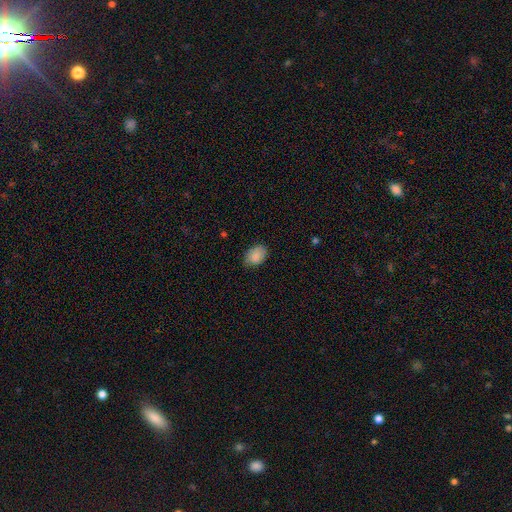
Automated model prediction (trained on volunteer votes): Morphology: type=smooth (86%); roundness=in between (77%); merging=none (73%).